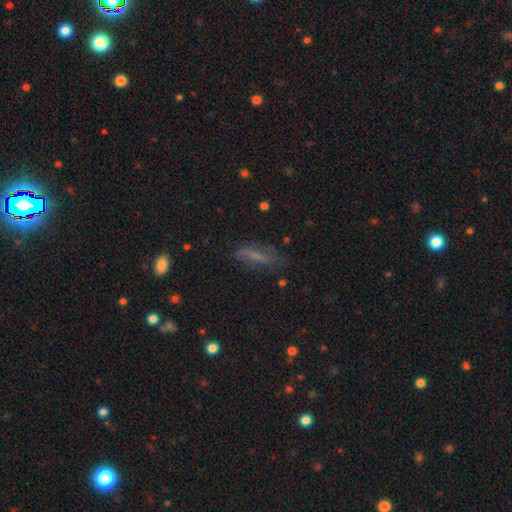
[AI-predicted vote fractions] Smooth or featured?
  - smooth: 47% *
  - featured or disk: 36%
  - star or artifact: 16%
Merging?
  - none: 66% *
  - minor disturbance: 22%
  - major disturbance: 10%
  - merger: 3%